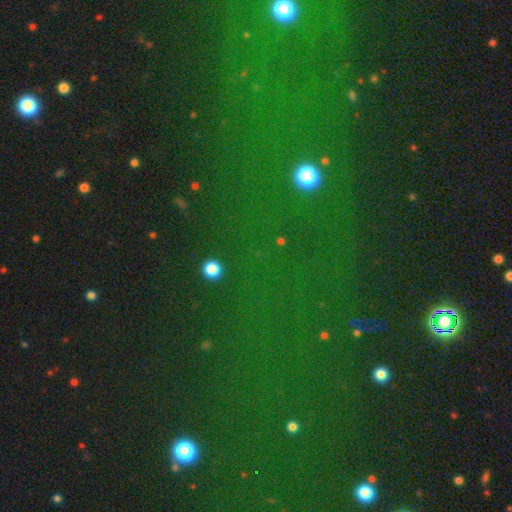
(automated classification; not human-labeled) Smooth or featured? Predicted: star or artifact (p=0.74).